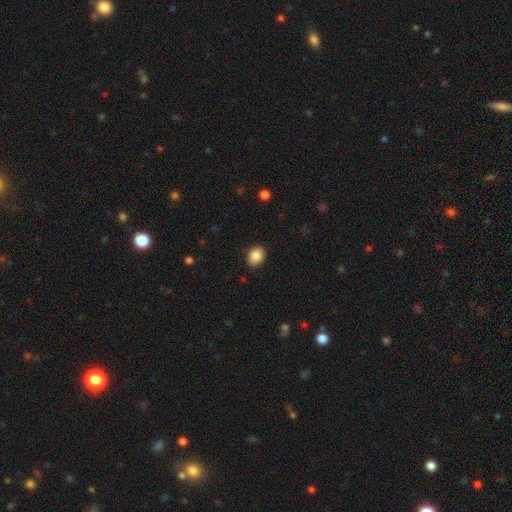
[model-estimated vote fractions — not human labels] A smooth galaxy with no disk features (88%) that is in between round and cigar-shaped (62%). Merging: none (87%).